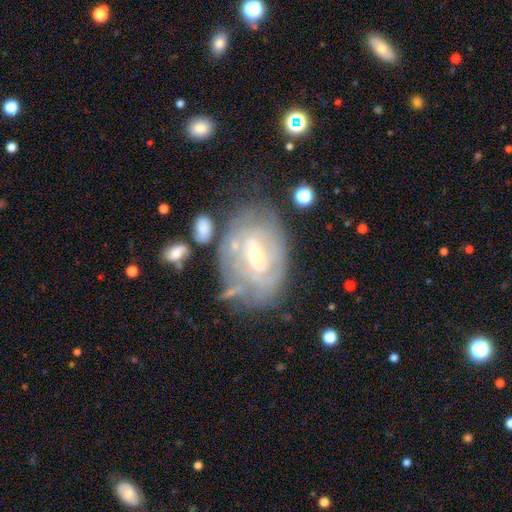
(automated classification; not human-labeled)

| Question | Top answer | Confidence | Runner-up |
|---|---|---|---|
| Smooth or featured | featured or disk | 80% | smooth (14%) |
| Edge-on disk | no | 95% | yes (5%) |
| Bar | weak | 44% | no (41%) |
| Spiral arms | yes | 78% | no (22%) |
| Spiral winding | tight | 70% | medium (22%) |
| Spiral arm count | can't tell | 58% | 2 (18%) |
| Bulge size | small | 62% | moderate (35%) |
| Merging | none | 59% | minor disturbance (23%) |